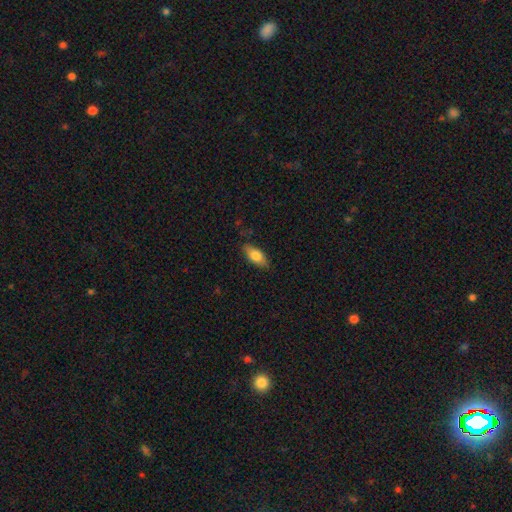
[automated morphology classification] type=smooth (77%); roundness=in between (83%); merging=none (82%).